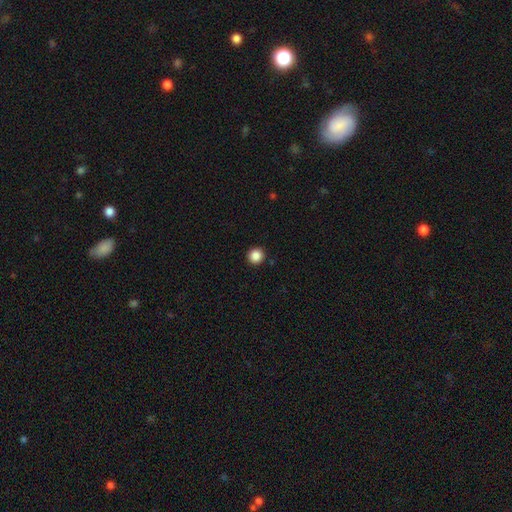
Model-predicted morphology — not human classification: Q: Smooth or featured?
A: smooth (87%); runner-up: star or artifact (10%)
Q: How rounded?
A: round (95%); runner-up: in between (4%)
Q: Merging?
A: none (93%); runner-up: minor disturbance (4%)